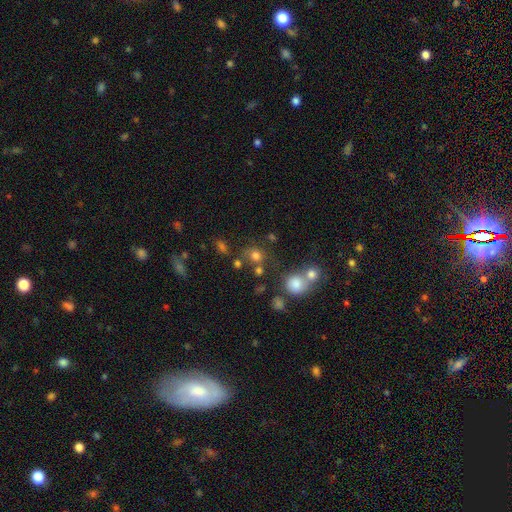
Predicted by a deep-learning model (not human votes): smooth-or-featured: smooth: 73% | star or artifact: 18% | featured or disk: 9%
  how-rounded: round: 79% | in between: 20% | cigar-shaped: 1%
  merging: none: 61% | merger: 19% | minor disturbance: 13% | major disturbance: 7%